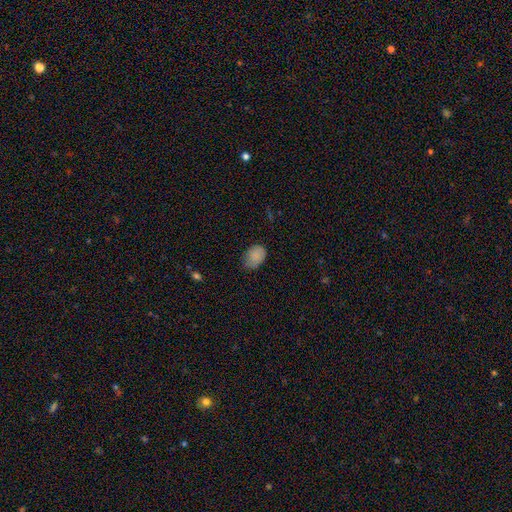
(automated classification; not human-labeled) A smooth galaxy with no disk features (86%) that is in between round and cigar-shaped (73%).

Vote fractions:
- Smooth or featured? smooth: 86% / star or artifact: 9% / featured or disk: 5%
- How rounded? in between: 73% / round: 26% / cigar-shaped: 1%
- Merging? none: 62% / minor disturbance: 31% / major disturbance: 6% / merger: 1%